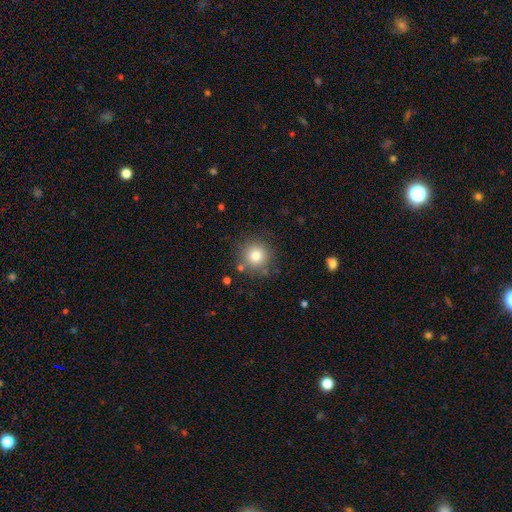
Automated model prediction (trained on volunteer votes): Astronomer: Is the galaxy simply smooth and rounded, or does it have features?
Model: smooth — 79%.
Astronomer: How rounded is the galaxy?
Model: round — 94%.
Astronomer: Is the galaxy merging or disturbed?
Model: none — 84%.